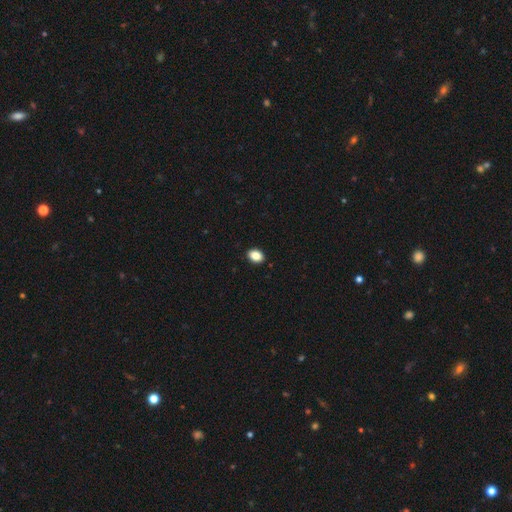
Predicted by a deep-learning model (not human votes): Q: Smooth or featured?
A: smooth (87%); runner-up: star or artifact (9%)
Q: How rounded?
A: in between (73%); runner-up: round (26%)
Q: Merging?
A: none (91%); runner-up: minor disturbance (6%)